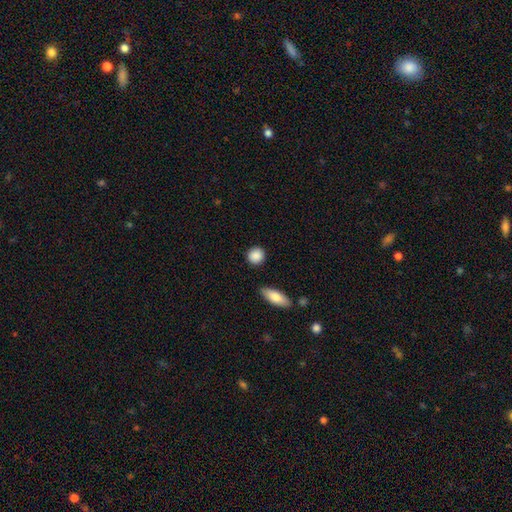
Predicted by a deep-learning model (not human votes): A smooth galaxy with no disk features (89%) that is round (82%).

Vote fractions:
- Smooth or featured? smooth: 89% / star or artifact: 7% / featured or disk: 4%
- How rounded? round: 82% / in between: 16% / cigar-shaped: 2%
- Merging? none: 86% / minor disturbance: 9% / merger: 2% / major disturbance: 2%